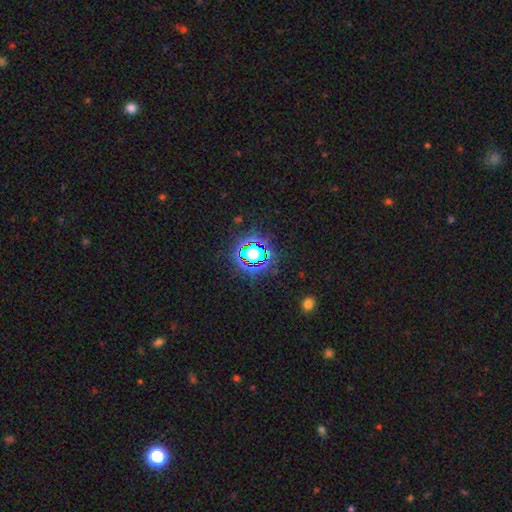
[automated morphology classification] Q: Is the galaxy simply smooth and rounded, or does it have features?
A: star or artifact — 74%.